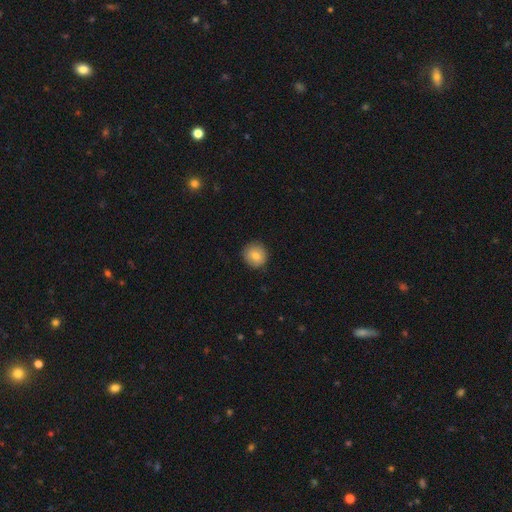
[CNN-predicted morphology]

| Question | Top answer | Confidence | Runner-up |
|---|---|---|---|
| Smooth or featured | smooth | 81% | featured or disk (11%) |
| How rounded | round | 92% | in between (7%) |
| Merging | none | 88% | minor disturbance (9%) |